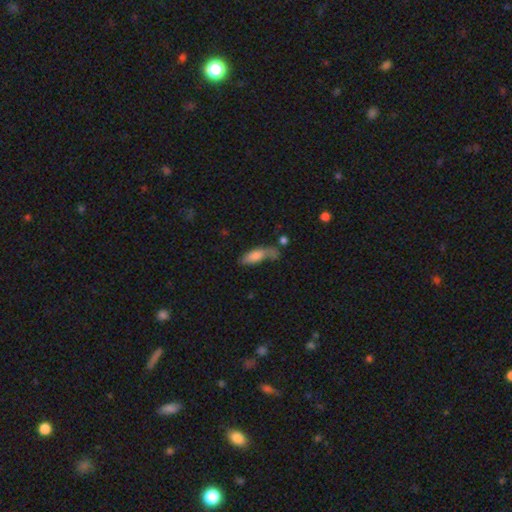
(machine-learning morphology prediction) Q: Smooth or featured?
A: smooth (73%); runner-up: featured or disk (18%)
Q: How rounded?
A: in between (63%); runner-up: cigar-shaped (34%)
Q: Merging?
A: none (38%); runner-up: minor disturbance (25%)